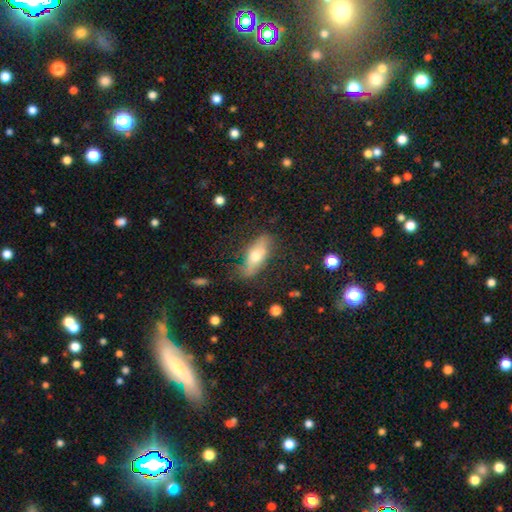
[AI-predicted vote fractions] smooth-or-featured: smooth: 56% | featured or disk: 37% | star or artifact: 7%
  how-rounded: in between: 64% | cigar-shaped: 33% | round: 3%
  merging: none: 77% | minor disturbance: 16% | major disturbance: 5% | merger: 2%